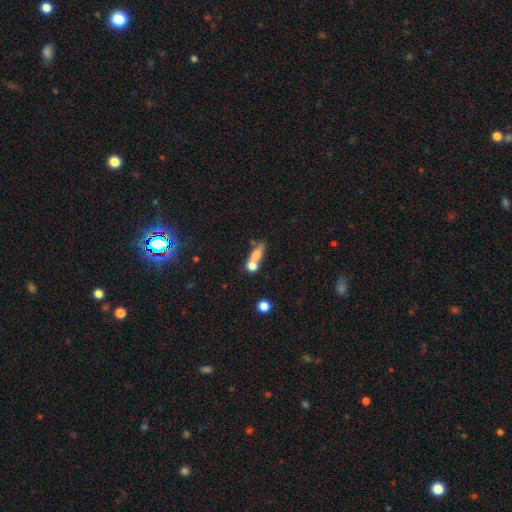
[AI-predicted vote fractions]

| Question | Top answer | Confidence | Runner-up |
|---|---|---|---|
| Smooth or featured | smooth | 66% | featured or disk (22%) |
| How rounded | in between | 44% | cigar-shaped (37%) |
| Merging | merger | 44% | none (34%) |